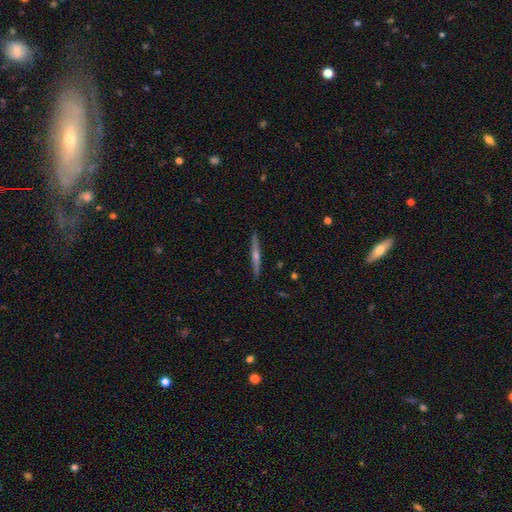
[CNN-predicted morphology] A featured or disk galaxy (71%) viewed edge-on (98%) with a rounded central bulge (82%).

Vote fractions:
- Smooth or featured? featured or disk: 71% / smooth: 23% / star or artifact: 6%
- Edge-on disk? yes: 98% / no: 2%
- Edge-on bulge? rounded: 82% / none: 14% / boxy: 4%
- Merging? none: 91% / minor disturbance: 6% / major disturbance: 1% / merger: 1%